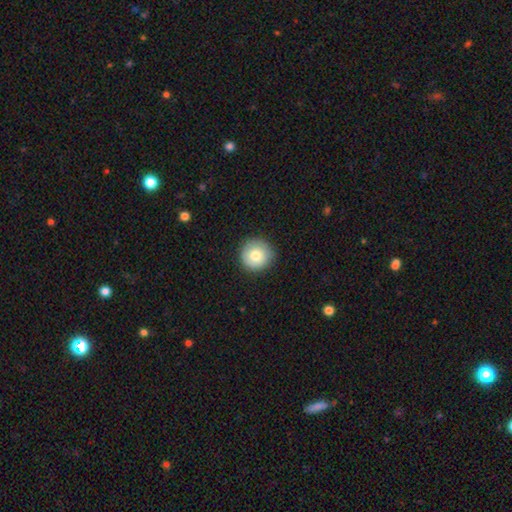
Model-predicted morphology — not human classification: type=smooth (78%); roundness=round (95%); merging=none (89%).